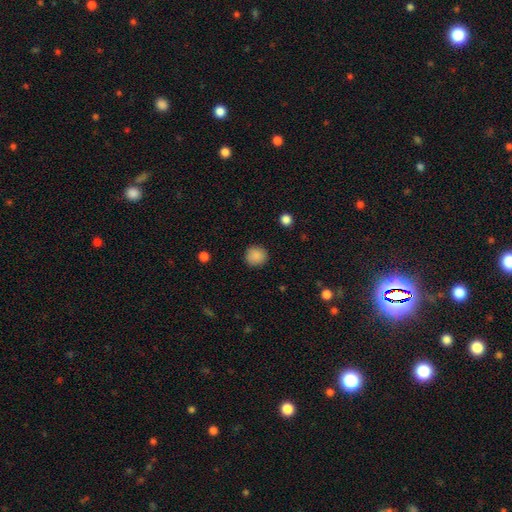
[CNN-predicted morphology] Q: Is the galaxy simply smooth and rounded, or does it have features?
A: smooth — 88%.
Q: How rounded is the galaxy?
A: round — 92%.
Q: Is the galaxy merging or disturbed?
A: none — 90%.